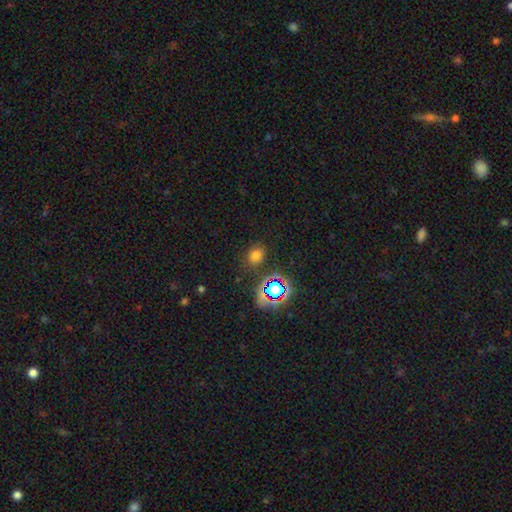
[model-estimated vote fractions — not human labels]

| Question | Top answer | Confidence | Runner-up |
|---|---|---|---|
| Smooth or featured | smooth | 67% | star or artifact (26%) |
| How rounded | in between | 51% | round (47%) |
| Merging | none | 82% | minor disturbance (11%) |